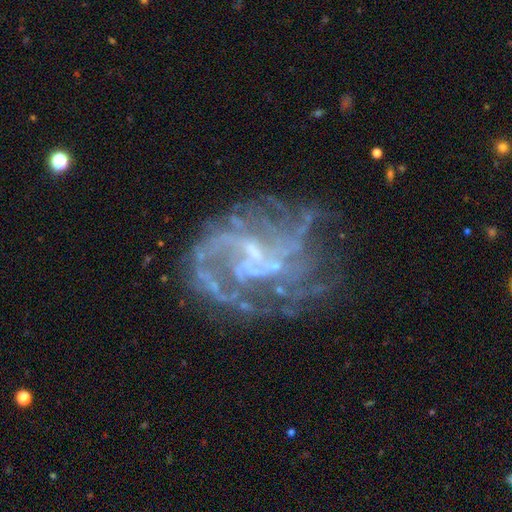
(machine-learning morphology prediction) smooth-or-featured: featured or disk: 83% | star or artifact: 11% | smooth: 6%
  disk-edge-on: no: 98% | yes: 2%
    bar: weak: 47% | no: 41% | strong: 12%
    has-spiral-arms: yes: 85% | no: 15%
      spiral-winding: medium: 41% | loose: 30% | tight: 29%
      spiral-arm-count: can't tell: 37% | 2: 18% | 3: 16% | 4: 11% | 1: 10% | more than 4: 8%
    bulge-size: small: 54% | none: 28% | moderate: 15% | large: 1% | dominant: 1%
  merging: none: 51% | major disturbance: 27% | minor disturbance: 18% | merger: 4%